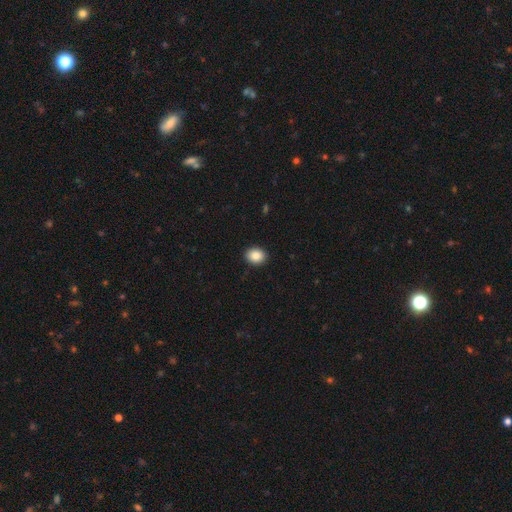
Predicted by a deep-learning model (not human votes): Smooth or featured? smooth (87%)
How rounded? in between (50%)
Merging? none (92%)